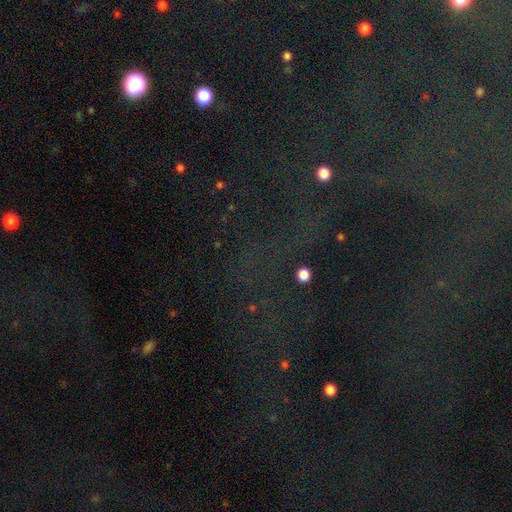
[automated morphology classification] Smooth or featured? star or artifact (75%)